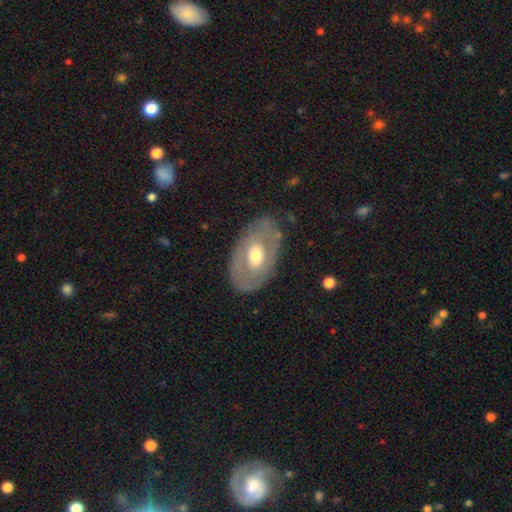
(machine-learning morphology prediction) This appears to be a featured or disk galaxy (52%). Merging: none (79%).